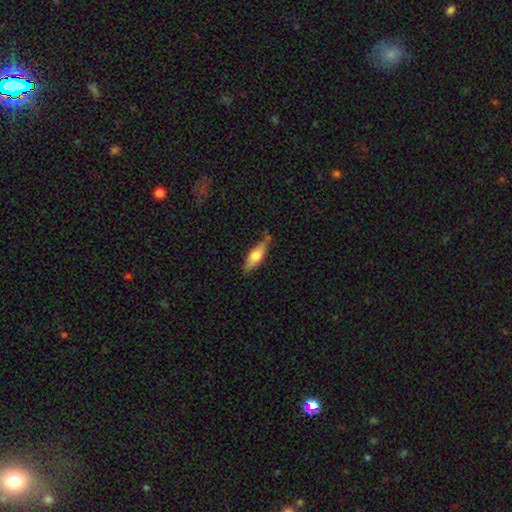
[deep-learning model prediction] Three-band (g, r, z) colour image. It shows a smooth galaxy with no disk features (60%) that is in between round and cigar-shaped (52%). Merging: none (70%).